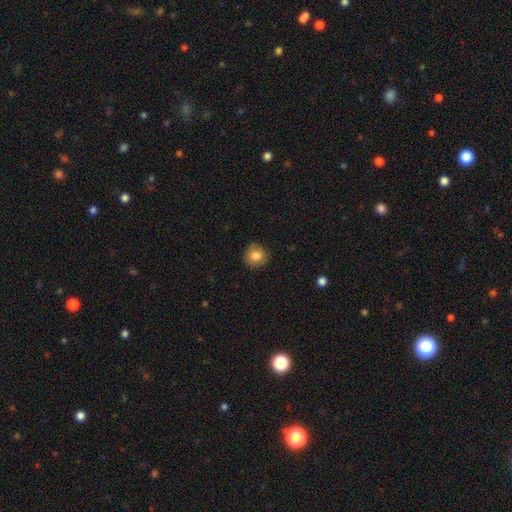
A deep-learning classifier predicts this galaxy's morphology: Smooth or featured: smooth — 83% (star or artifact — 9%)
How rounded: round — 88% (in between — 11%)
Merging: none — 85% (minor disturbance — 11%)